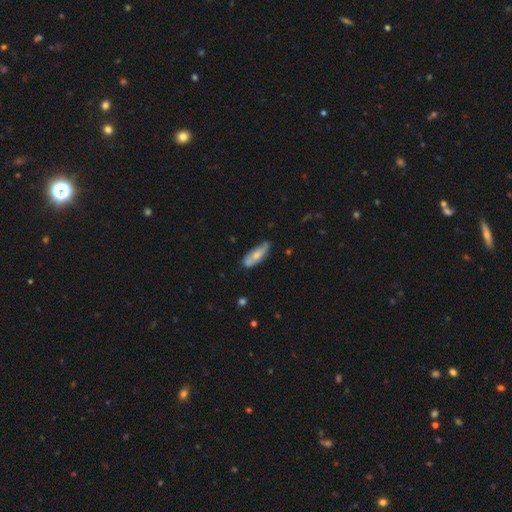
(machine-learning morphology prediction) Overall: smooth (62%; featured or disk 32%). How rounded: in between (53%; cigar-shaped 45%). Merging: none (59%; minor disturbance 29%).